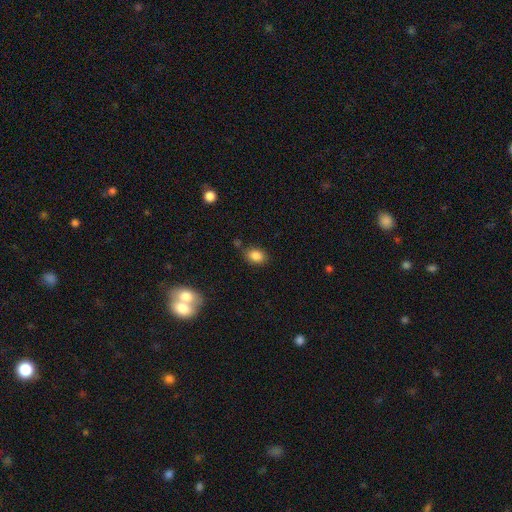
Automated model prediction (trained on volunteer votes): Smooth or featured?
  - smooth: 85% *
  - star or artifact: 10%
  - featured or disk: 5%
How rounded?
  - in between: 75% *
  - round: 24%
  - cigar-shaped: 1%
Merging?
  - none: 79% *
  - minor disturbance: 13%
  - merger: 4%
  - major disturbance: 3%